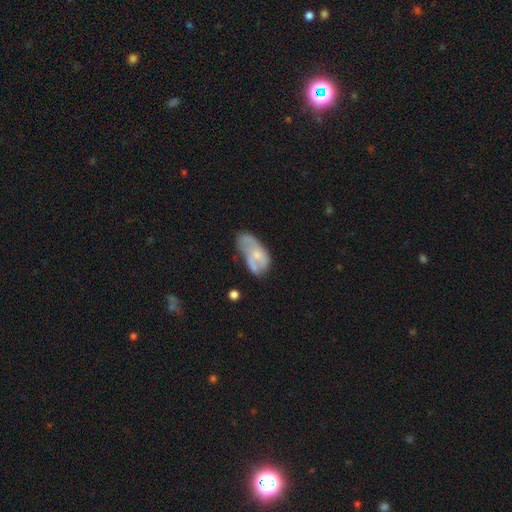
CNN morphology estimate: This appears to be a featured or disk galaxy (55%) with no bar (80%), no spiral arms (56%) and a small central bulge (53%). Merging: none (31%).